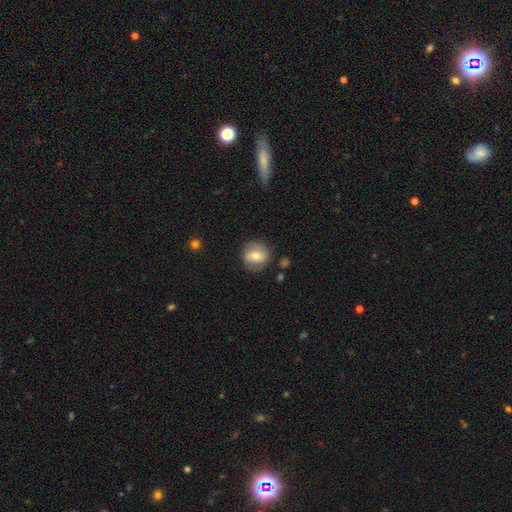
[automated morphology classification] The model was most divided on "smooth or featured": smooth: 67%, featured or disk: 25%, star or artifact: 8%. More confident: how rounded — round (86%); merging — none (82%).